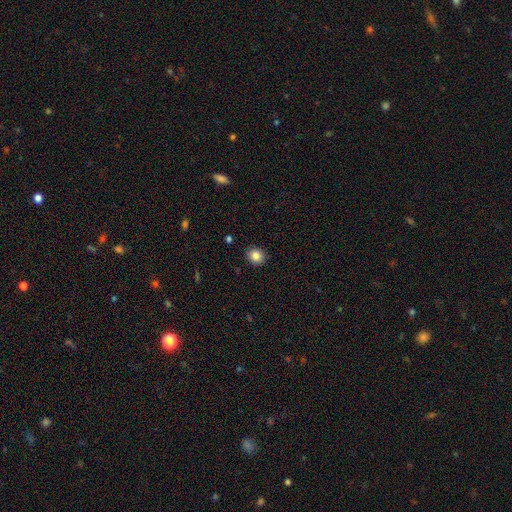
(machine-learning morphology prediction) A smooth galaxy with no disk features (85%) that is round (81%). Merging: none (91%).